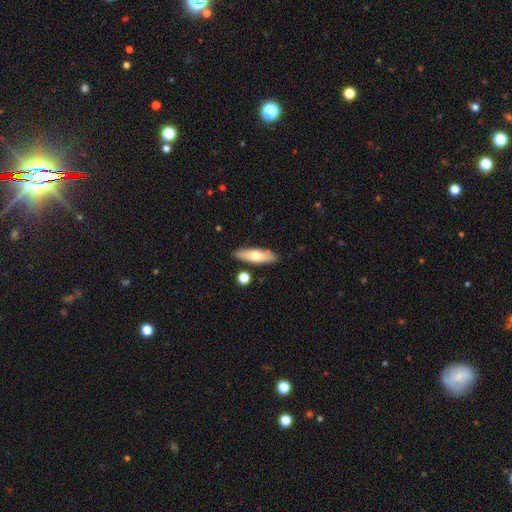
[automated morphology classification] Smooth or featured: smooth — 65% (featured or disk — 29%)
How rounded: cigar-shaped — 59% (in between — 39%)
Merging: none — 84% (minor disturbance — 10%)